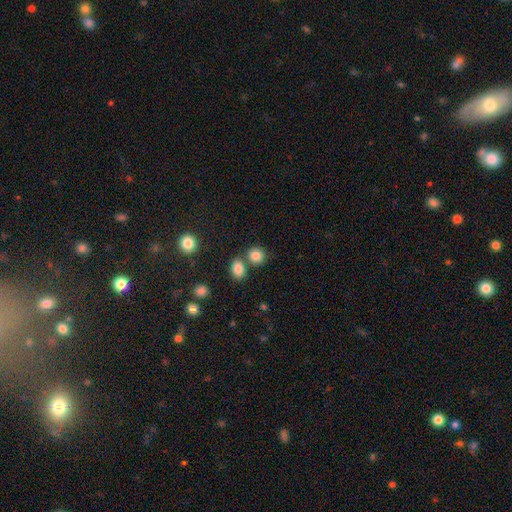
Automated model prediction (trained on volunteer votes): A smooth galaxy with no disk features (84%) that is round (77%).

Vote fractions:
- Smooth or featured? smooth: 84% / star or artifact: 11% / featured or disk: 6%
- How rounded? round: 77% / in between: 22% / cigar-shaped: 1%
- Merging? none: 64% / merger: 23% / minor disturbance: 9% / major disturbance: 3%